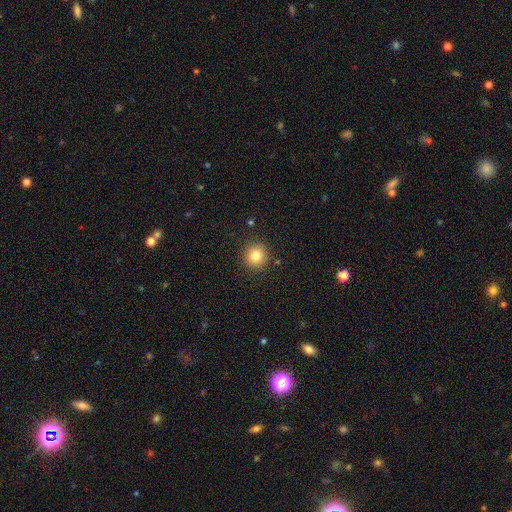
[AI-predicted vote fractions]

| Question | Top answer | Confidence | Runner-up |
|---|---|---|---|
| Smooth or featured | smooth | 82% | star or artifact (11%) |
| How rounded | round | 93% | in between (6%) |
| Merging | none | 89% | minor disturbance (7%) |